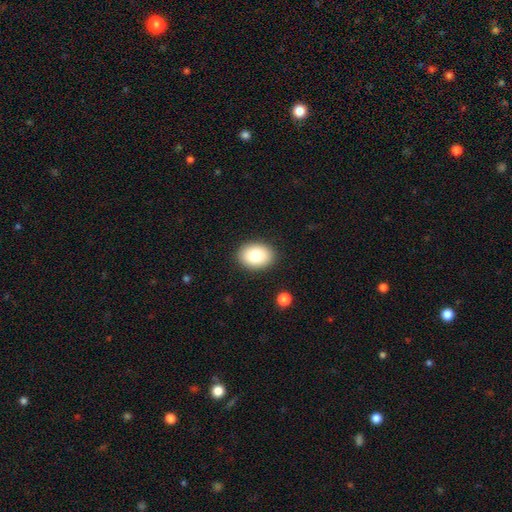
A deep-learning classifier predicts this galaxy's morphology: This appears to be a smooth galaxy with no disk features (80%) that is in between round and cigar-shaped (67%). Merging: none (89%).